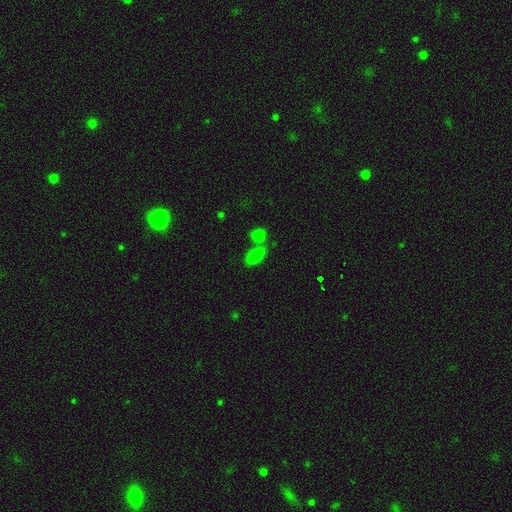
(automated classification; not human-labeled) Smooth or featured? smooth (80%)
How rounded? in between (84%)
Merging? none (66%)